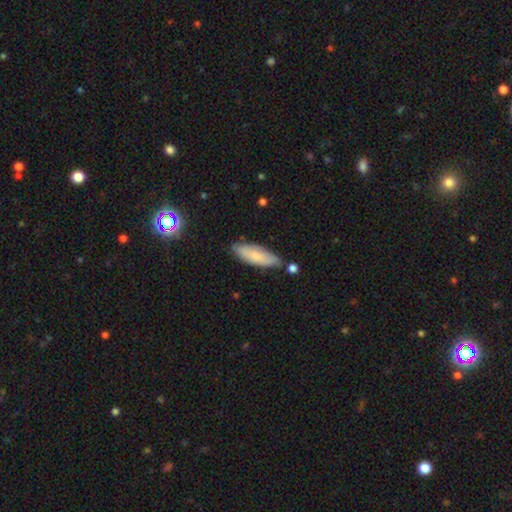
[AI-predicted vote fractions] Overall: smooth (76%). How rounded: in between (52%; cigar-shaped 47%). Merging: none (75%).